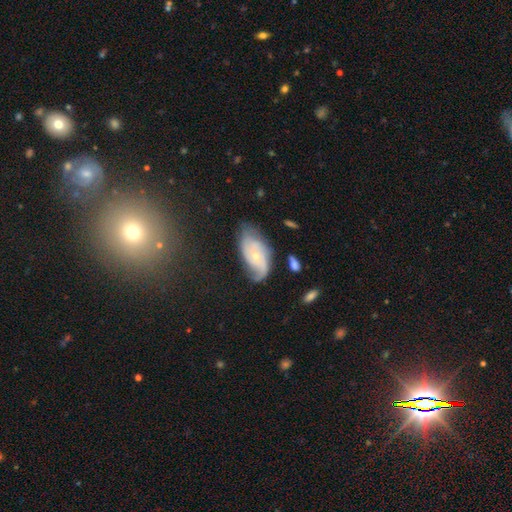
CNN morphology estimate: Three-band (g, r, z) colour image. It shows a featured or disk galaxy (73%) with no bar (68%), 2 (45%) tight (39%, tied with medium) spiral arms (91%) and a small central bulge (68%). Merging: none (53%).